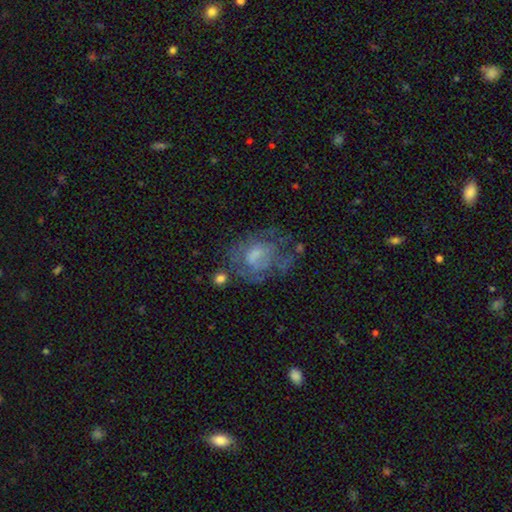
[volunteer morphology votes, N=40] Volunteers were most divided on "merging" (2-way tie): none: 35%, major disturbance: 35%, minor disturbance: 22%, merger: 8%. Remaining: edge-on disk — no (91%); bar — no (71%); spiral arms — no (67%); smooth or featured — featured or disk (57%); bulge size — none (43%).